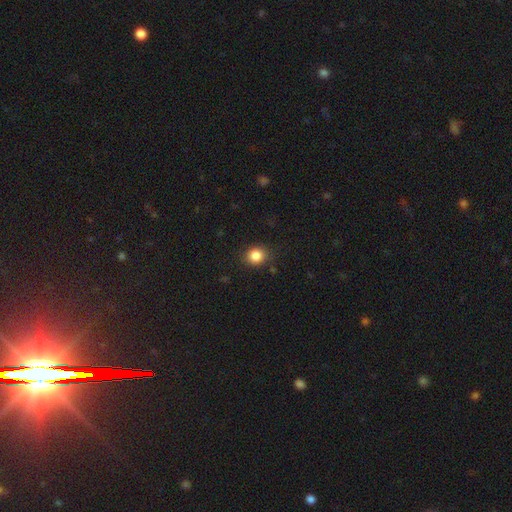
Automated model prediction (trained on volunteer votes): This is clearly a smooth galaxy (85%). How rounded: clearly round (81%). Merging: clearly none (86%).